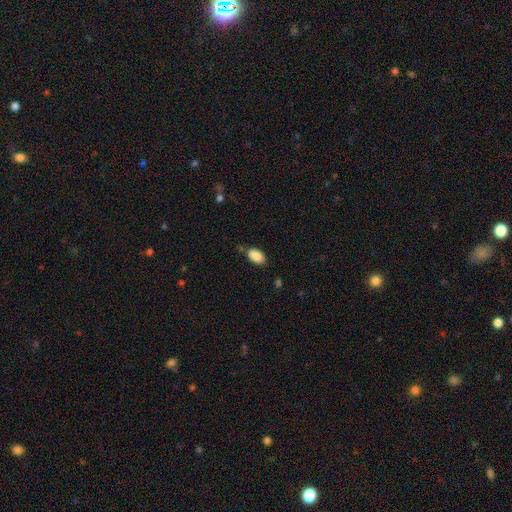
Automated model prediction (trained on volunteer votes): This appears to be a smooth galaxy with no disk features (89%) that is in between round and cigar-shaped (93%). Merging: none (72%).